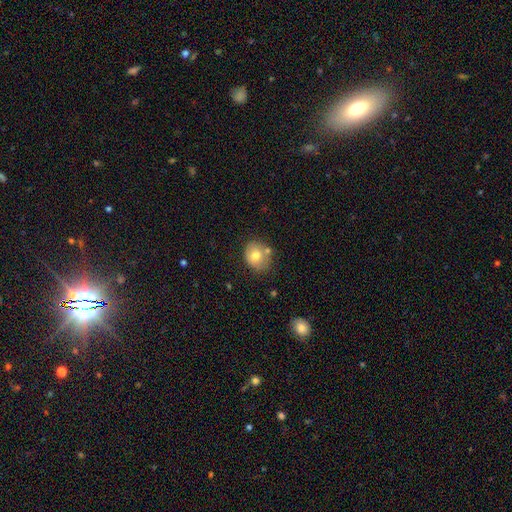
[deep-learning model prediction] Smooth or featured? smooth (71%)
How rounded? round (69%)
Merging? none (62%)